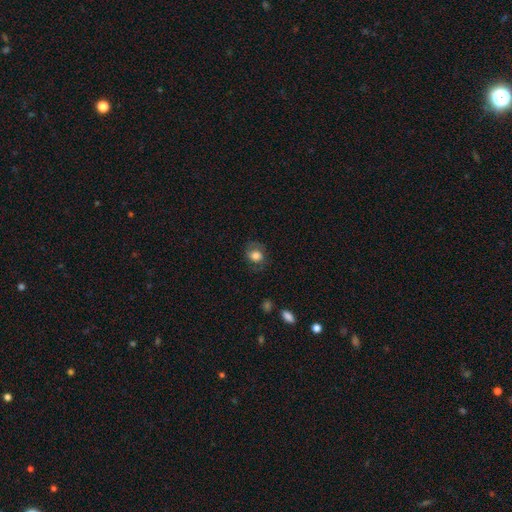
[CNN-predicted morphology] This appears to be a smooth galaxy with no disk features (66%) that is round (57%). Merging: none (68%).